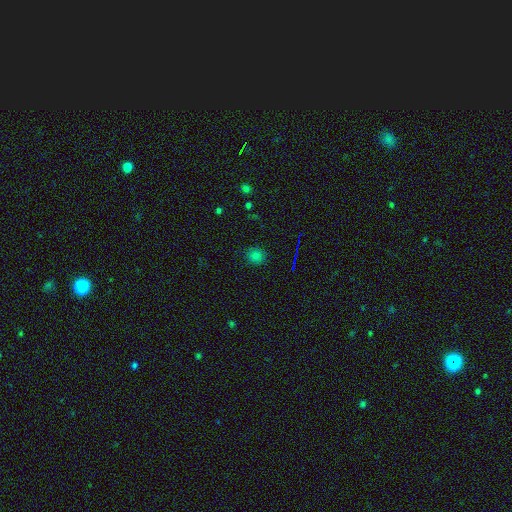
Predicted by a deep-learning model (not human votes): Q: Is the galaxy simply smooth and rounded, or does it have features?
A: smooth — 76%.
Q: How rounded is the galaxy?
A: round — 86%.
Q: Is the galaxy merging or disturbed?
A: none — 89%.